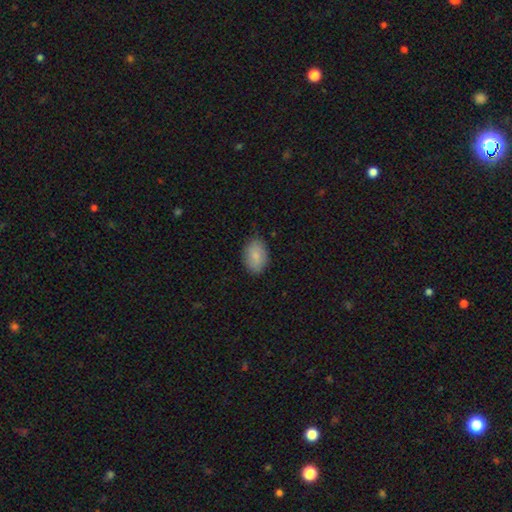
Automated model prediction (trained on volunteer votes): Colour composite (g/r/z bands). It shows a smooth galaxy with no disk features (85%) that is in between round and cigar-shaped (87%). Merging: none (81%).